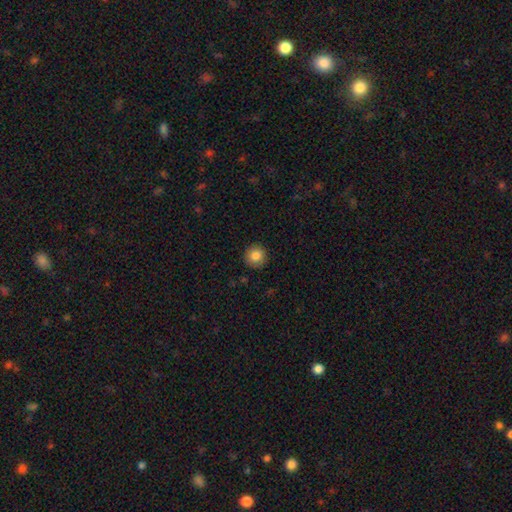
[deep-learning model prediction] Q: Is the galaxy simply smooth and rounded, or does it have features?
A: smooth — 85%.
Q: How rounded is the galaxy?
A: round — 94%.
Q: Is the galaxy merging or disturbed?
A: none — 91%.